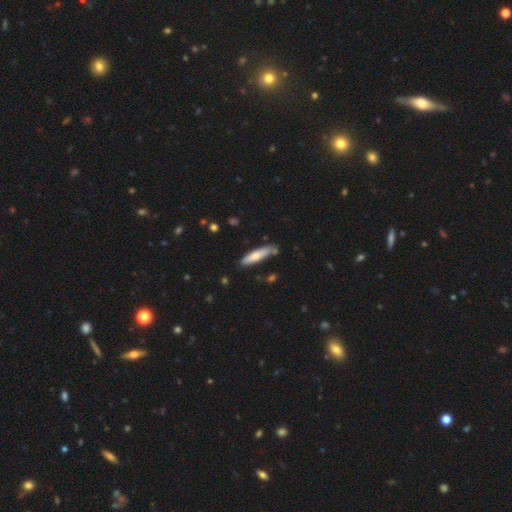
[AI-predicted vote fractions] Morphology: type=smooth (68%); roundness=cigar-shaped (78%); merging=none (75%).